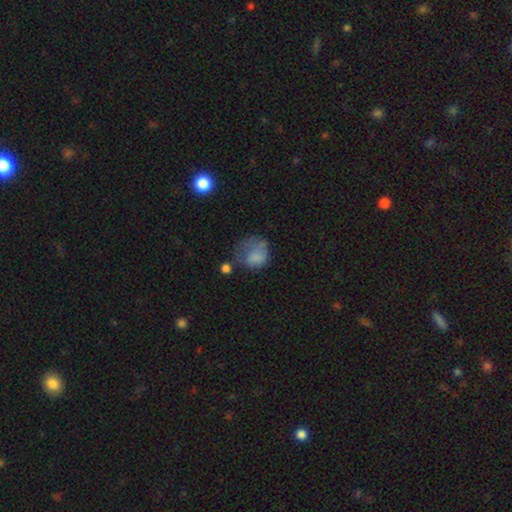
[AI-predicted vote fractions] This appears to be a smooth galaxy with no disk features (71%) that is round (61%). Merging: major disturbance (38%).